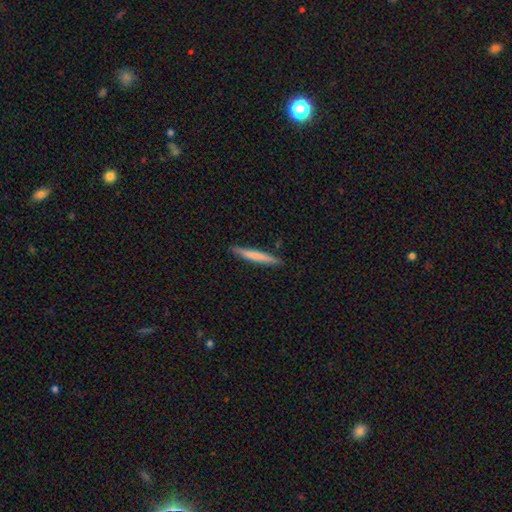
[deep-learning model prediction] Smooth or featured? Predicted: smooth (p=0.68). How rounded? Predicted: cigar-shaped (p=0.96). Merging? Predicted: none (p=0.90).